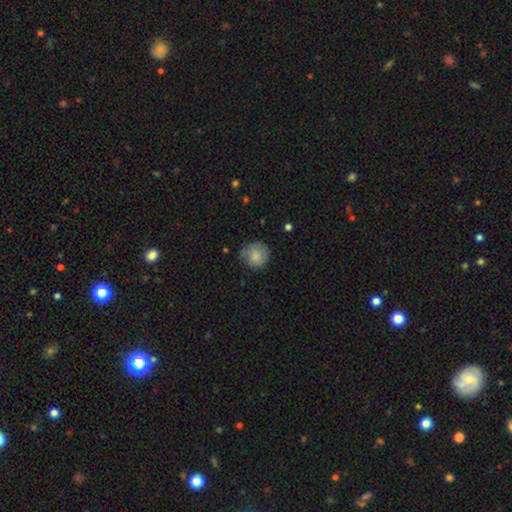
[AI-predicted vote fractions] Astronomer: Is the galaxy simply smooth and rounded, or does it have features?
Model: smooth — 71%.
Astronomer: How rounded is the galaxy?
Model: round — 88%.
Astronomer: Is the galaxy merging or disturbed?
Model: none — 66%.